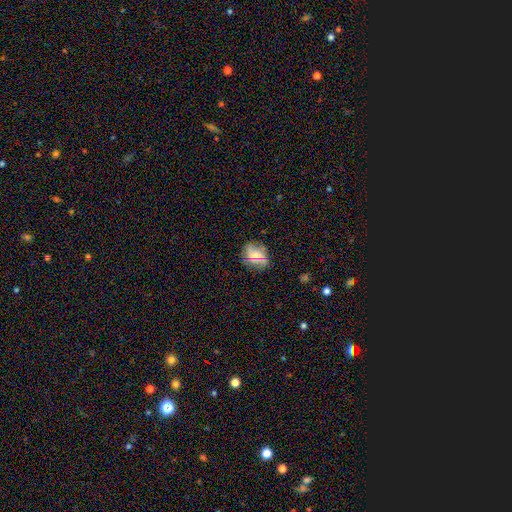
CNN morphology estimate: Smooth or featured? smooth (54%)
How rounded? round (50%)
Merging? none (72%)